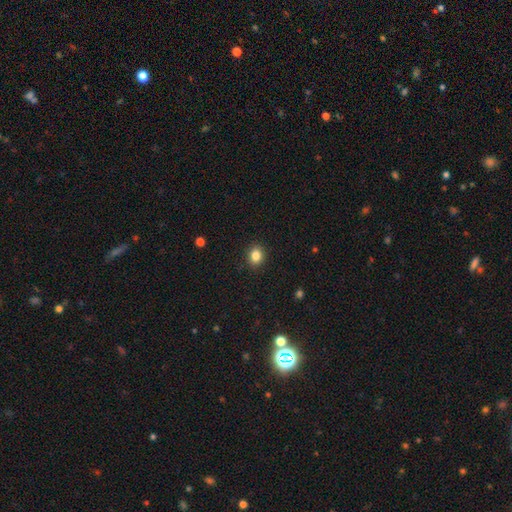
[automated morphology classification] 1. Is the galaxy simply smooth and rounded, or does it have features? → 84% smooth, 10% star or artifact, 5% featured or disk.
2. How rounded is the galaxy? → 60% round, 40% in between, 1% cigar-shaped.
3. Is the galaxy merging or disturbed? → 90% none, 7% minor disturbance, 2% major disturbance, 1% merger.